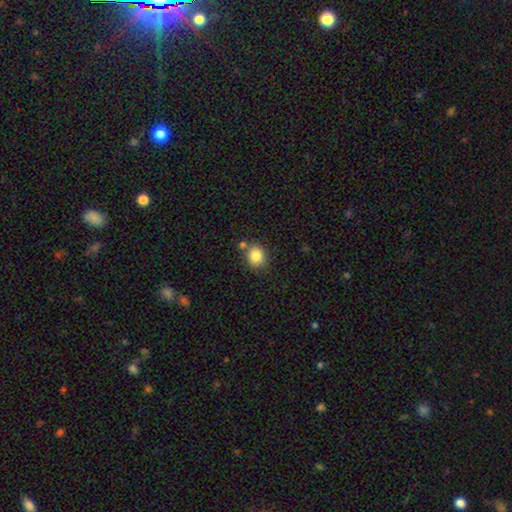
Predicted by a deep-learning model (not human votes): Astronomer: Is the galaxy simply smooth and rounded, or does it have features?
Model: smooth — 84%.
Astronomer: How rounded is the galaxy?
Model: round — 66%.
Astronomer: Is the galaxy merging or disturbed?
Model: none — 74%.